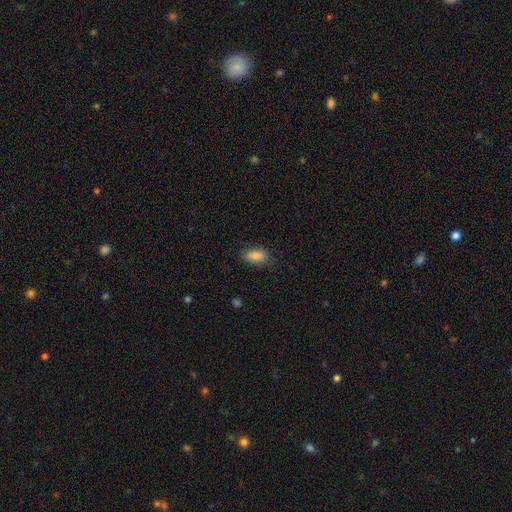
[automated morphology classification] smooth 85%, star or artifact 8%, featured or disk 7%. Down the decision tree: how rounded — in between (88%); merging — none (80%).